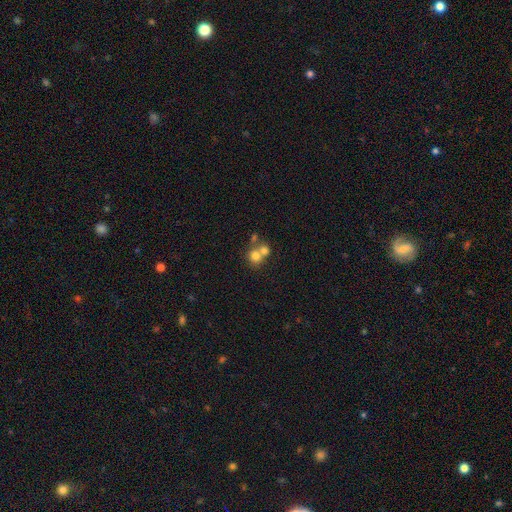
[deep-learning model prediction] Q: Smooth or featured?
A: smooth (72%); runner-up: featured or disk (16%)
Q: How rounded?
A: round (82%); runner-up: in between (17%)
Q: Merging?
A: merger (54%); runner-up: none (36%)